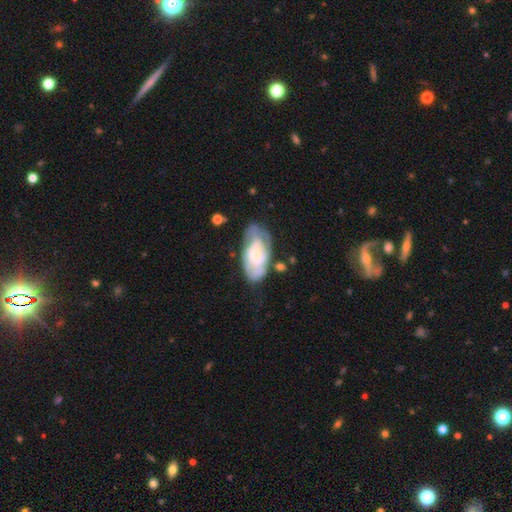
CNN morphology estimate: This is likely a featured or disk galaxy (69%). It is clearly not viewed edge-on (94%). Bar: likely no (74%). Spiral arm pattern: likely yes (79%). Spiral arm count: possibly can't tell (49%). Spiral winding: likely tight (62%). Central bulge: possibly small (57%). Merging: possibly none (52%).